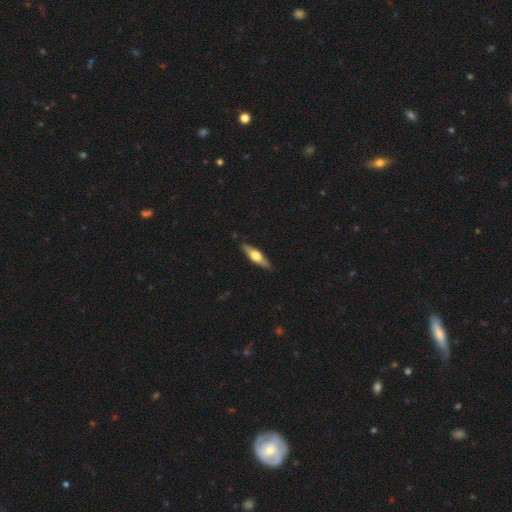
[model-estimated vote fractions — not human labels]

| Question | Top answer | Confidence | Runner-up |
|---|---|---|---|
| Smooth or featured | featured or disk | 53% | smooth (41%) |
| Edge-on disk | yes | 93% | no (7%) |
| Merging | none | 88% | minor disturbance (9%) |